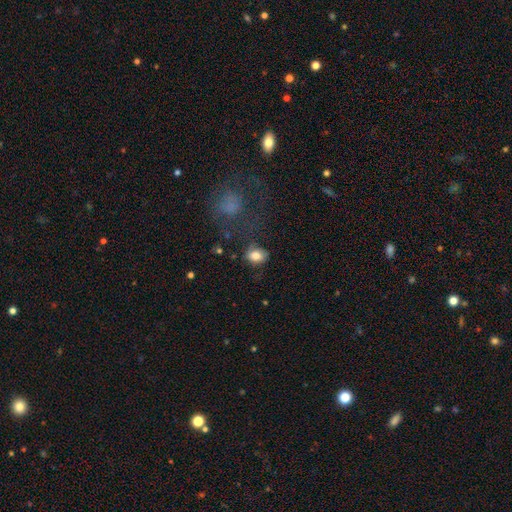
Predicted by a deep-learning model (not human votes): A smooth galaxy with no disk features (81%) that is in between round and cigar-shaped (68%). Merging: none (72%).